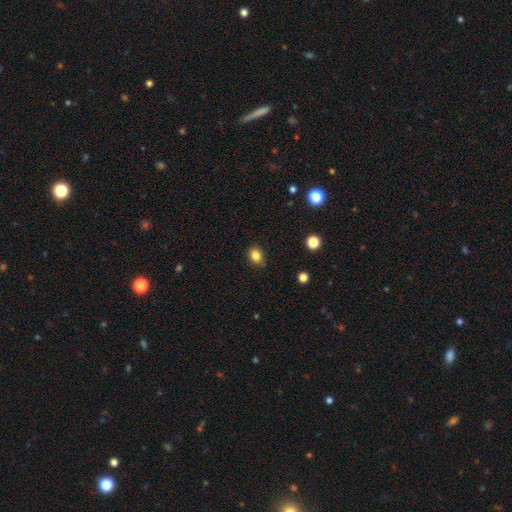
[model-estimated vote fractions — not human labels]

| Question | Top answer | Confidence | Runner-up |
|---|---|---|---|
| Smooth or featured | smooth | 84% | star or artifact (11%) |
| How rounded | round | 56% | in between (43%) |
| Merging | none | 84% | minor disturbance (12%) |